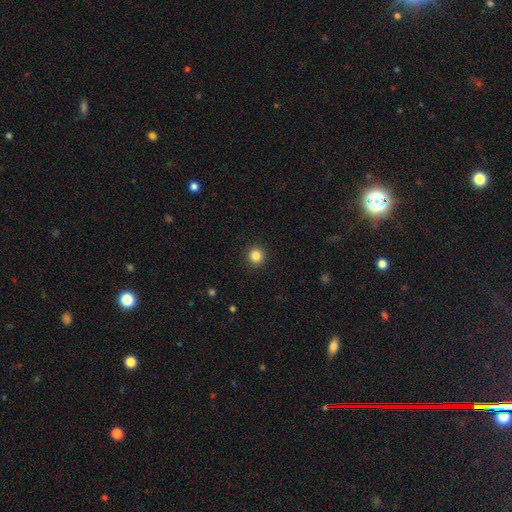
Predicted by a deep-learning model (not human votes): This is clearly a smooth galaxy (85%). How rounded: clearly round (92%). Merging: clearly none (92%).